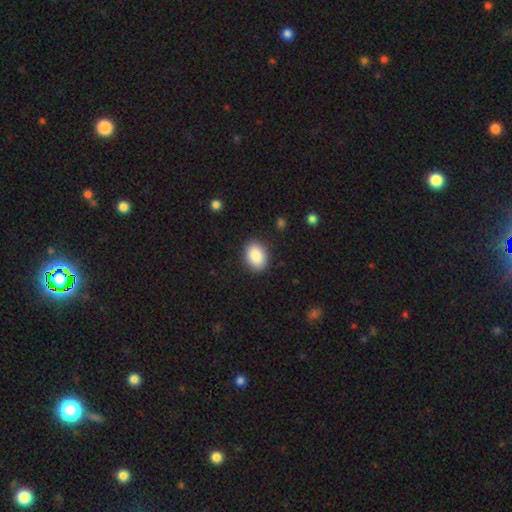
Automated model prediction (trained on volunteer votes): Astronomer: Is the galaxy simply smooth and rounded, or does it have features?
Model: smooth — 89%.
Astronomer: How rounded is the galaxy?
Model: in between — 77%.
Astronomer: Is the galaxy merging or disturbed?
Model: none — 88%.